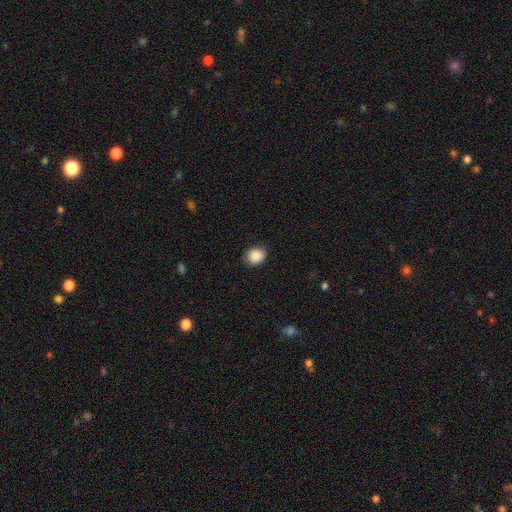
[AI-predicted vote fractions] A smooth galaxy with no disk features (89%) that is round (70%). Merging: none (83%).